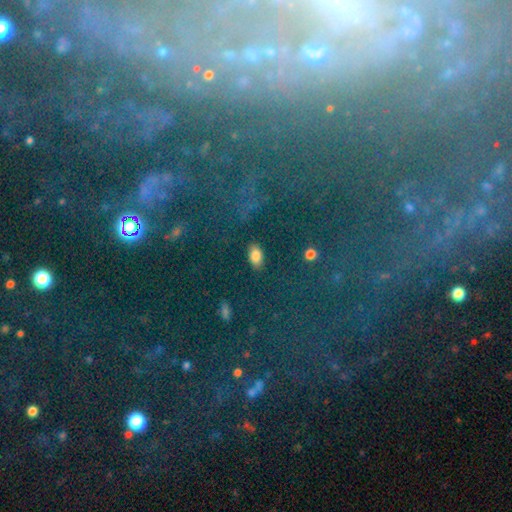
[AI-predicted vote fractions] Smooth or featured? Predicted: smooth (p=0.82). How rounded? Predicted: in between (p=0.91). Merging? Predicted: none (p=0.88).